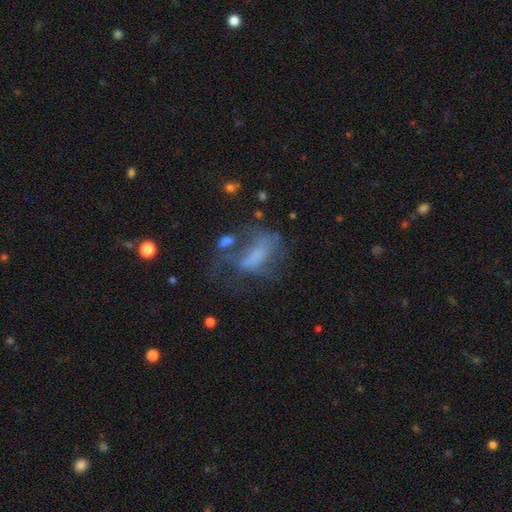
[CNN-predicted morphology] Q: Smooth or featured?
A: featured or disk (47%); runner-up: smooth (37%)
Q: Merging?
A: major disturbance (44%); runner-up: none (27%)